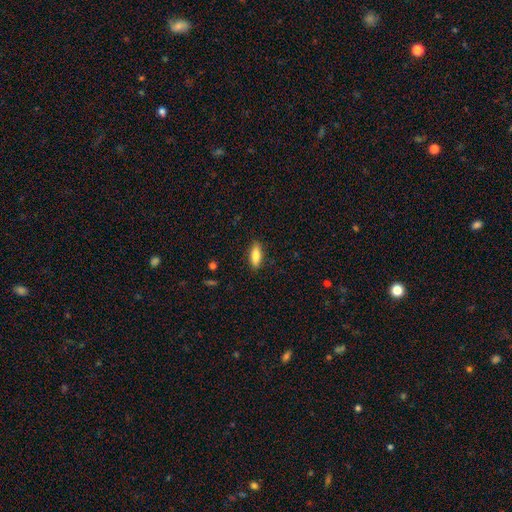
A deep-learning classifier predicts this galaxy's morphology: The model was most divided on "how rounded": in between: 70%, cigar-shaped: 28%, round: 2%. More confident: merging — none (88%); smooth or featured — smooth (83%).